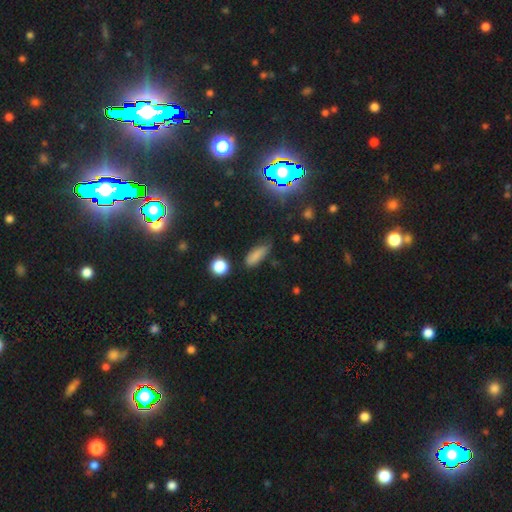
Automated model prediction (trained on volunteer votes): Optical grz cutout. It shows a smooth galaxy with no disk features (79%) that is in between round and cigar-shaped (63%). Merging: none (64%).